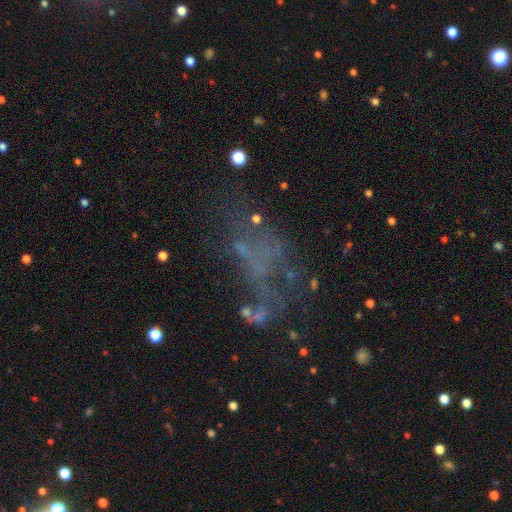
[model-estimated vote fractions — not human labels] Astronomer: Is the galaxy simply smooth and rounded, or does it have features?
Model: featured or disk — 42% (runner-up: star or artifact, 33%).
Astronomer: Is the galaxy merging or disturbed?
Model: none — 40% (runner-up: major disturbance, 33%).